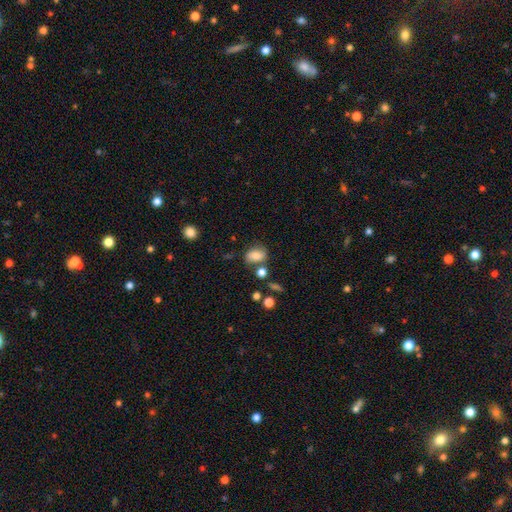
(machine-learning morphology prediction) This is likely a smooth galaxy (72%). How rounded: likely in between (68%). Merging: likely none (63%).